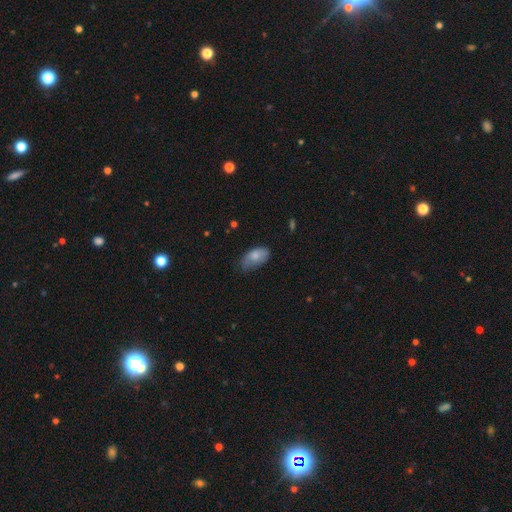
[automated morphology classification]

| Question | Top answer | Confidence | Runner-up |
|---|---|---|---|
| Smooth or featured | smooth | 78% | featured or disk (15%) |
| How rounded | in between | 93% | round (4%) |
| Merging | none | 45% | minor disturbance (41%) |